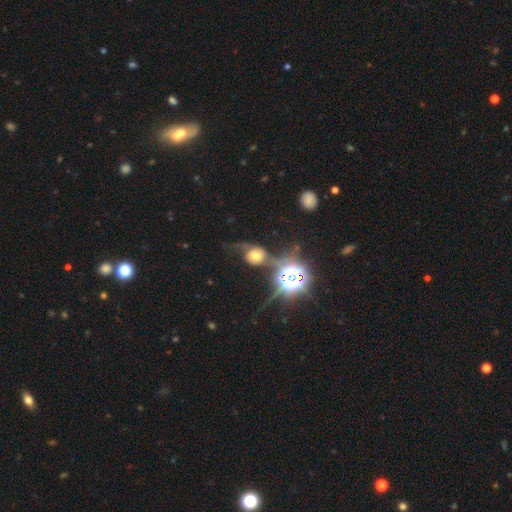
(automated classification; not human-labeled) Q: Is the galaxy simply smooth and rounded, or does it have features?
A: featured or disk — 44%.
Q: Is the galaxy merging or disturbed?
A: none — 38%.